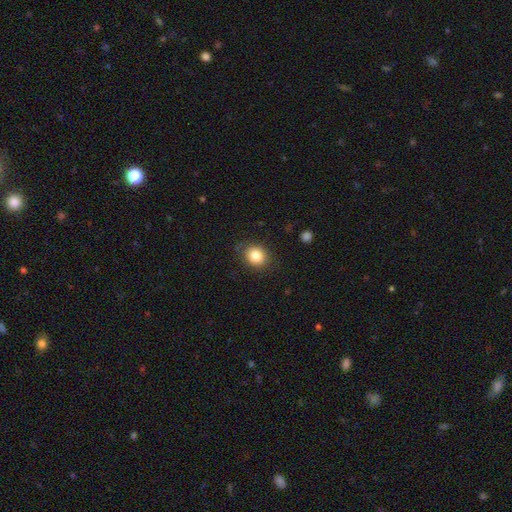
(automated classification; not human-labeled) smooth_or_featured: smooth (p=0.83) [alt: star or artifact p=0.10]
how_rounded: round (p=0.67) [alt: in between p=0.32]
merging: none (p=0.84) [alt: minor disturbance p=0.12]